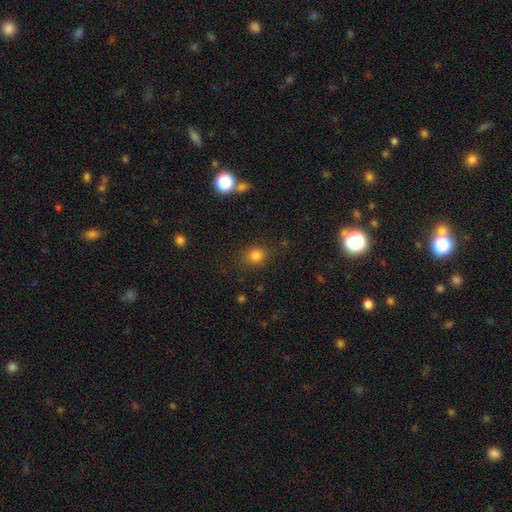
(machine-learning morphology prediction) Smooth or featured? smooth (80%)
How rounded? round (69%)
Merging? none (84%)